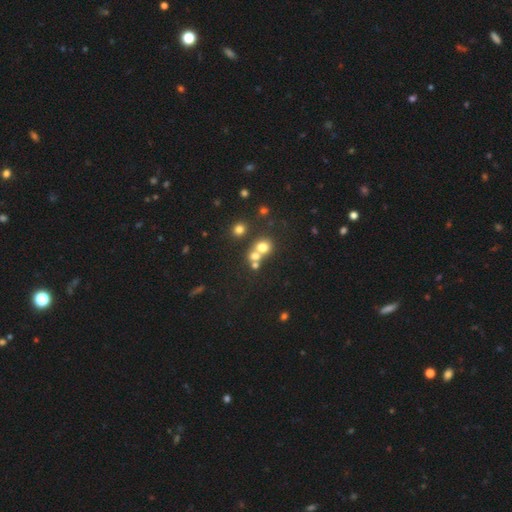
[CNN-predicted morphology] smooth 61%, star or artifact 24%, featured or disk 15%. Down the decision tree: how rounded — round (82%); merging — none (48%).